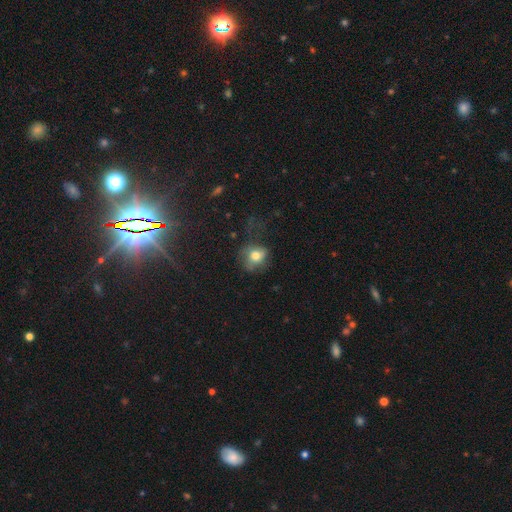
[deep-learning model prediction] Overall: smooth (72%). How rounded: round (63%; in between 35%). Merging: none (48%; minor disturbance 27%).